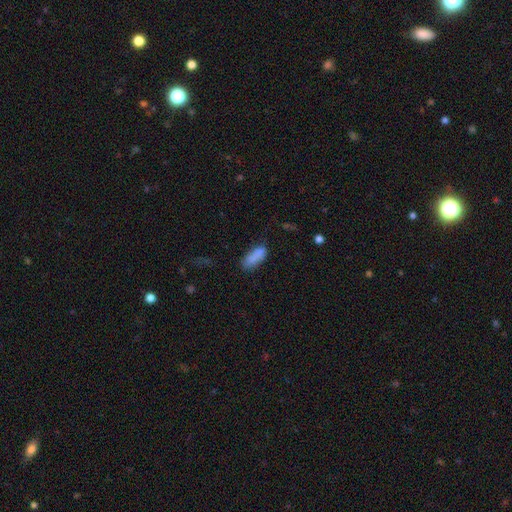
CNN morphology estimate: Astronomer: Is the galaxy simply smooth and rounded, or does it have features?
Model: smooth — 85%.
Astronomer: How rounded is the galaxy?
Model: in between — 76%.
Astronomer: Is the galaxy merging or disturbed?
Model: none — 64%.